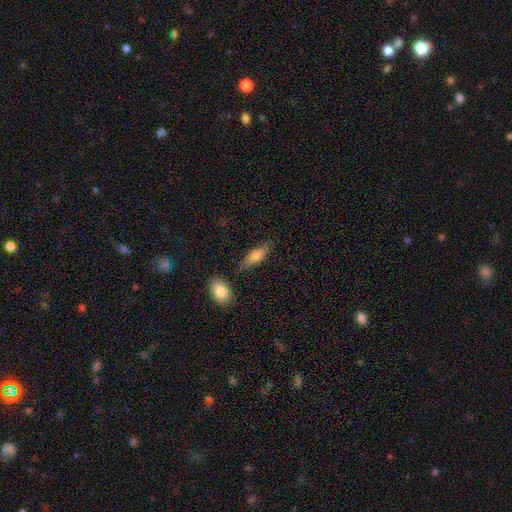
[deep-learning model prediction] Smooth or featured: smooth — 76% (featured or disk — 17%)
How rounded: in between — 65% (cigar-shaped — 31%)
Merging: none — 74% (minor disturbance — 16%)